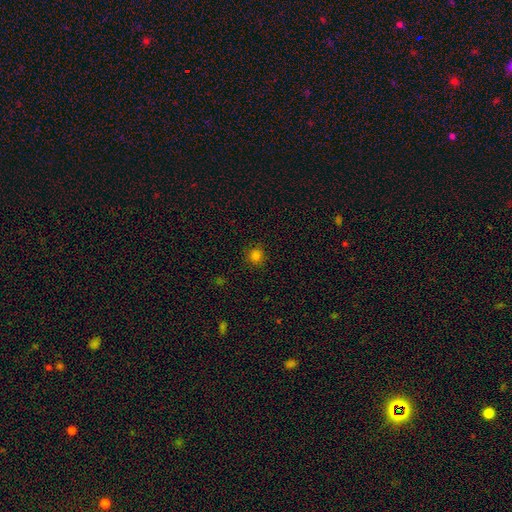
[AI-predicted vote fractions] This appears to be a smooth galaxy with no disk features (81%) that is round (91%). Merging: none (89%).